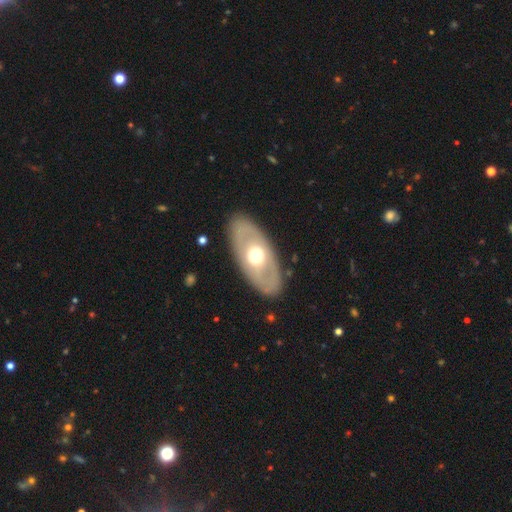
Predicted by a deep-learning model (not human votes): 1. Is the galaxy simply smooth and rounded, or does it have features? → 55% featured or disk, 41% smooth, 5% star or artifact.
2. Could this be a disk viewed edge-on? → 83% no, 17% yes.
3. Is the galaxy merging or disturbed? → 85% none, 10% minor disturbance, 4% major disturbance, 1% merger.